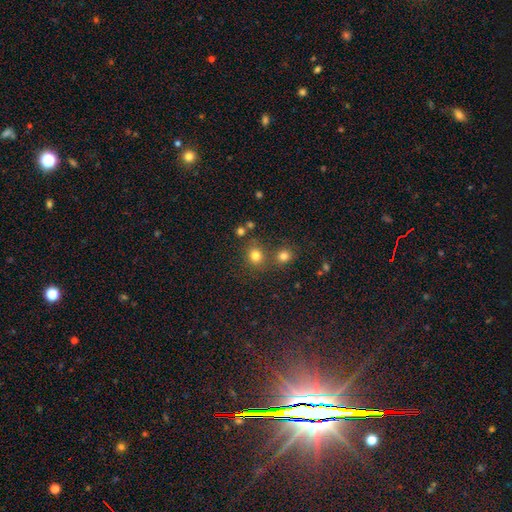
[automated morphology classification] A smooth galaxy with no disk features (78%) that is round (82%). Merging: none (66%).